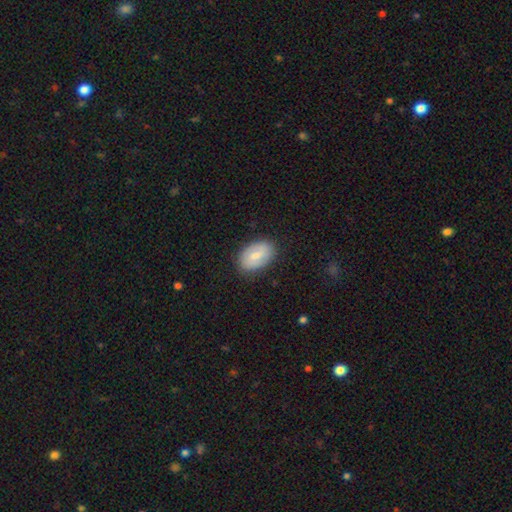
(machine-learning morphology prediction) smooth-or-featured: smooth: 65% | featured or disk: 28% | star or artifact: 6%
  how-rounded: in between: 90% | round: 8% | cigar-shaped: 1%
  merging: none: 83% | minor disturbance: 13% | major disturbance: 3% | merger: 1%